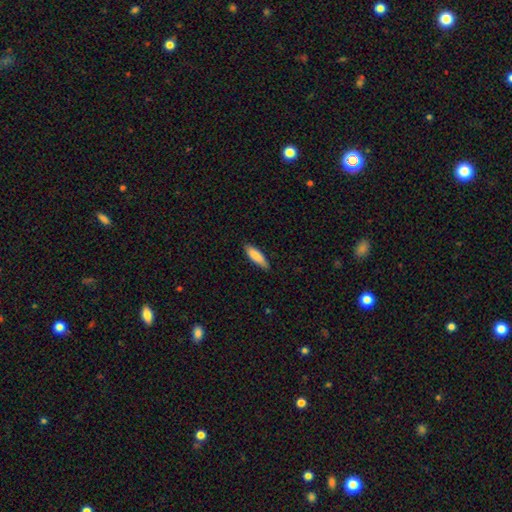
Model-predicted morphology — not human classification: Smooth or featured? smooth (85%)
How rounded? cigar-shaped (53%)
Merging? none (82%)